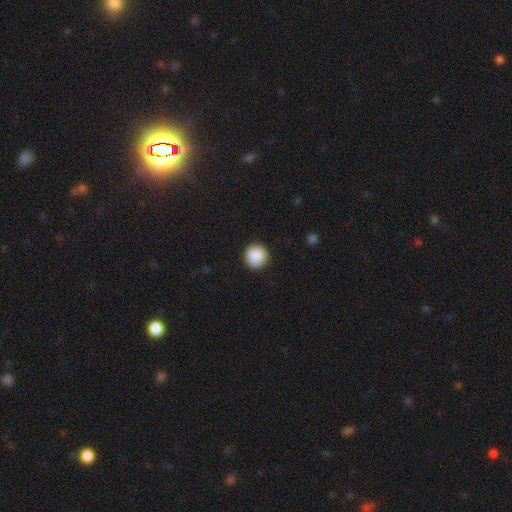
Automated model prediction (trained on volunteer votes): This is clearly a smooth galaxy (90%). How rounded: clearly round (94%). Merging: clearly none (91%).